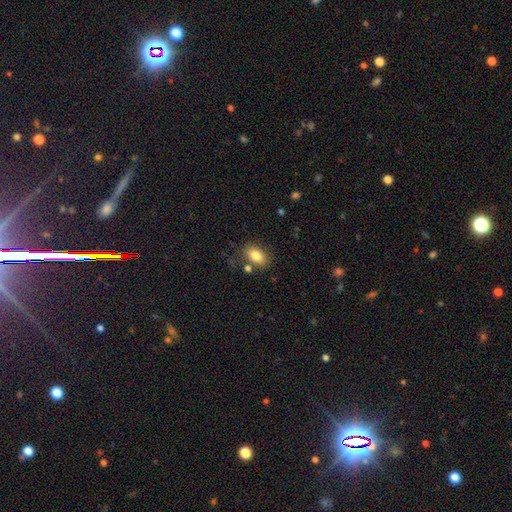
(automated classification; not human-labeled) This is clearly a smooth galaxy (81%). How rounded: clearly in between (87%). Merging: likely none (72%).